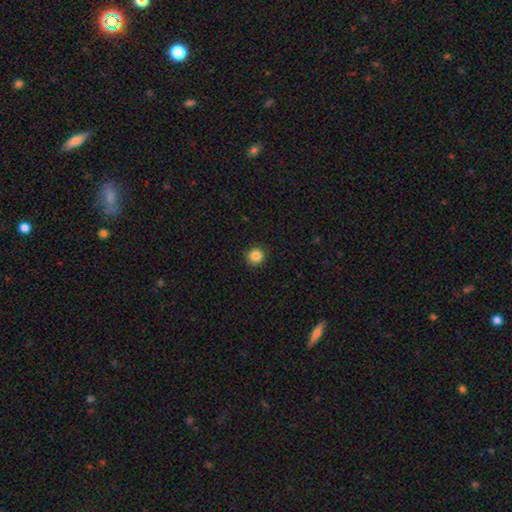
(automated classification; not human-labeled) Q: Smooth or featured?
A: smooth (86%); runner-up: star or artifact (10%)
Q: How rounded?
A: round (95%); runner-up: in between (4%)
Q: Merging?
A: none (92%); runner-up: minor disturbance (6%)